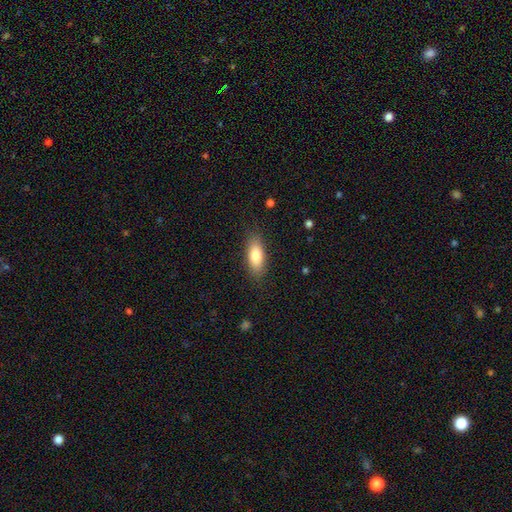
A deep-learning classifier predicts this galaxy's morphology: smooth-or-featured: smooth: 80% | featured or disk: 13% | star or artifact: 7%
  how-rounded: in between: 75% | cigar-shaped: 22% | round: 3%
  merging: none: 85% | minor disturbance: 11% | major disturbance: 3% | merger: 1%